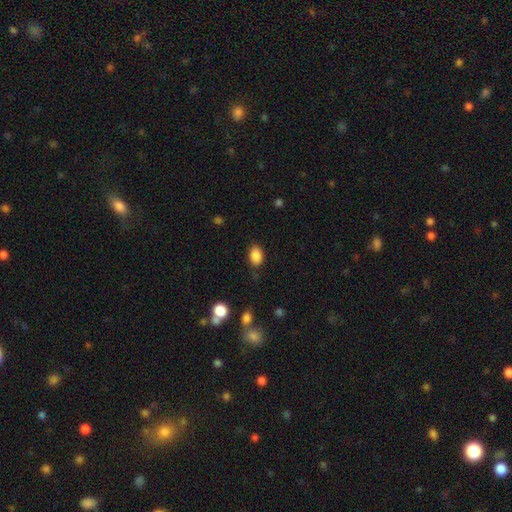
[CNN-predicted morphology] smooth 87%, star or artifact 9%, featured or disk 5%. Down the decision tree: how rounded — in between (85%); merging — none (81%).